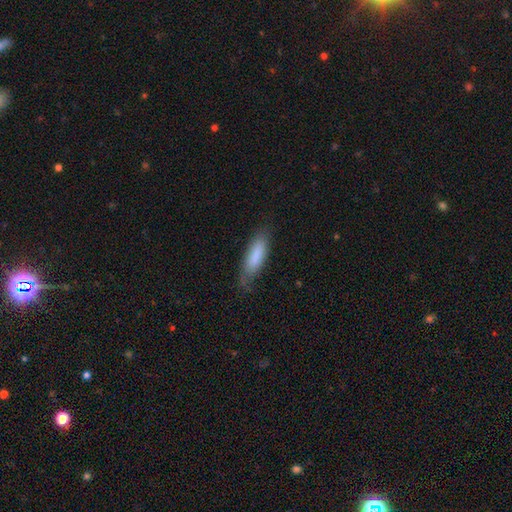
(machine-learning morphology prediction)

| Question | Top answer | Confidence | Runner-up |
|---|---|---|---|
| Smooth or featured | smooth | 81% | featured or disk (13%) |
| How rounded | in between | 51% | cigar-shaped (47%) |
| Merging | none | 66% | minor disturbance (25%) |